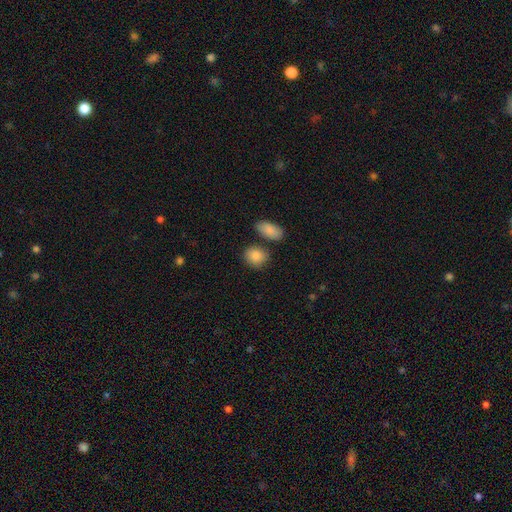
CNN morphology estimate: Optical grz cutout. It shows a smooth galaxy with no disk features (88%) that is round (52%). Merging: none (72%).